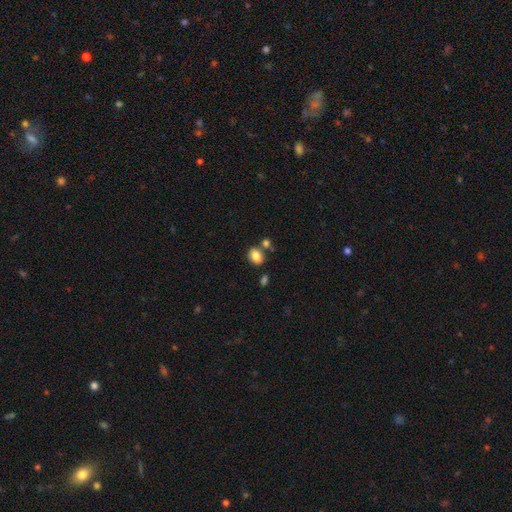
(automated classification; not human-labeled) smooth 83%, star or artifact 9%, featured or disk 8%. Down the decision tree: how rounded — in between (67%); merging — none (70%).